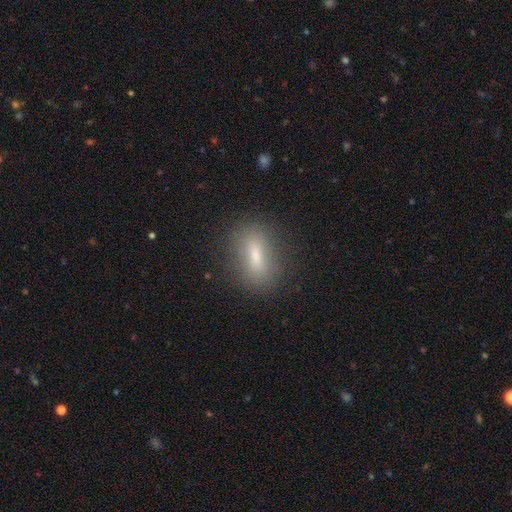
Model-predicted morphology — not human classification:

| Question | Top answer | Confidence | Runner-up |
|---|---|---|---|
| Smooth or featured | smooth | 66% | featured or disk (23%) |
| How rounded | in between | 58% | cigar-shaped (31%) |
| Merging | none | 84% | minor disturbance (11%) |